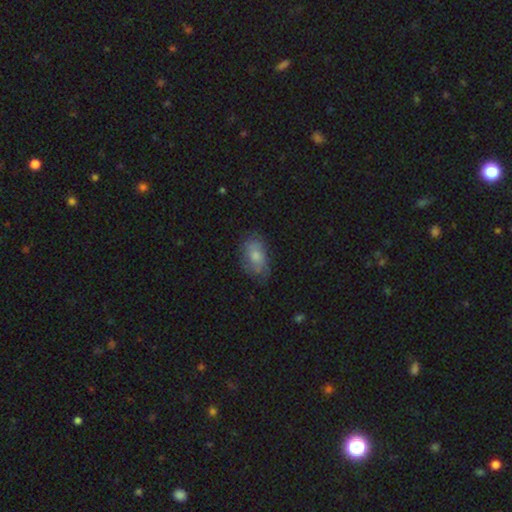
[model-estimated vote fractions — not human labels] Smooth or featured? Predicted: smooth (p=0.60). How rounded? Predicted: in between (p=0.88). Merging? Predicted: none (p=0.63).